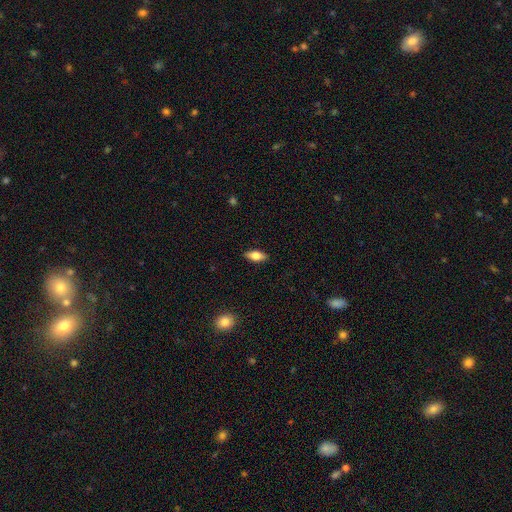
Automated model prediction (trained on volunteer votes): smooth_or_featured: smooth (p=0.70) [alt: featured or disk p=0.23]
how_rounded: in between (p=0.82) [alt: cigar-shaped p=0.15]
merging: none (p=0.88) [alt: minor disturbance p=0.09]